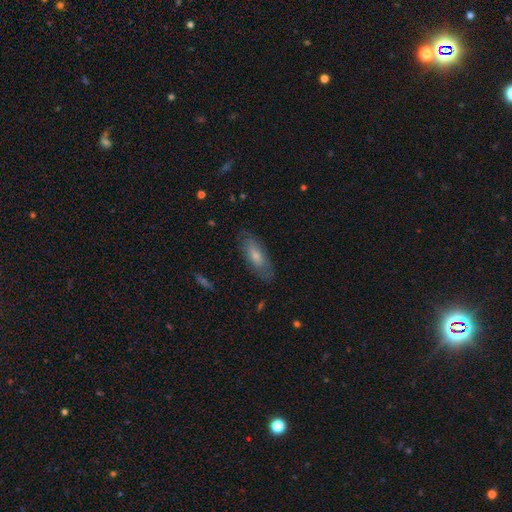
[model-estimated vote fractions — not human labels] Overall: smooth (66%; featured or disk 28%). How rounded: in between (71%). Merging: none (79%).